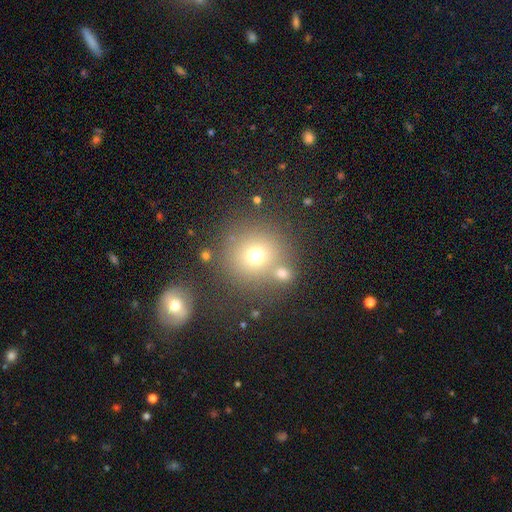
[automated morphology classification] This appears to be a smooth galaxy with no disk features (69%) that is round (92%). Merging: none (69%).